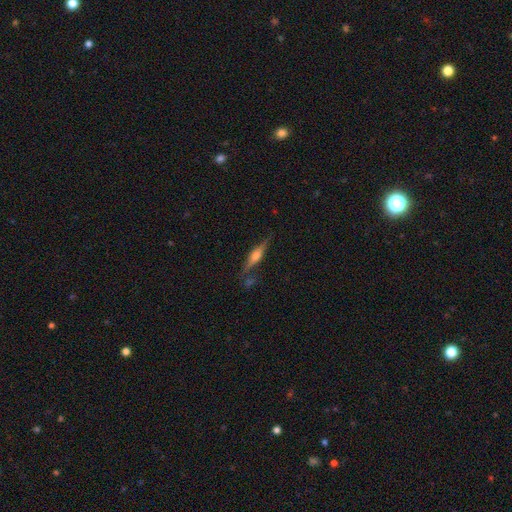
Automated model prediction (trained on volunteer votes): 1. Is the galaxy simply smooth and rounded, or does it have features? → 74% featured or disk, 19% smooth, 7% star or artifact.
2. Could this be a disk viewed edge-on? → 97% yes, 3% no.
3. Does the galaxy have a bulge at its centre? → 84% rounded, 12% boxy, 3% none.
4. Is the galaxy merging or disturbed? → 77% none, 14% minor disturbance, 5% merger, 4% major disturbance.